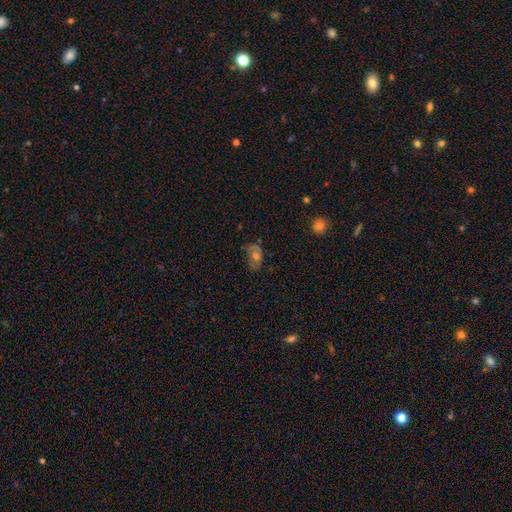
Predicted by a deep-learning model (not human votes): The model was most divided on "smooth or featured": featured or disk: 50%, smooth: 38%, star or artifact: 13%. More confident: merging — none (58%).